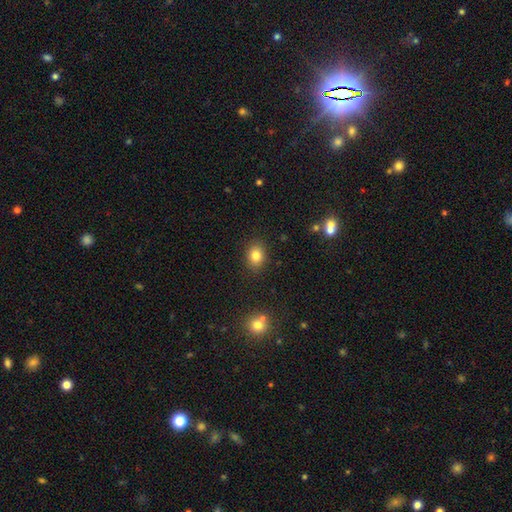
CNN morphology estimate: type=smooth (82%); roundness=in between (51%); merging=none (87%).